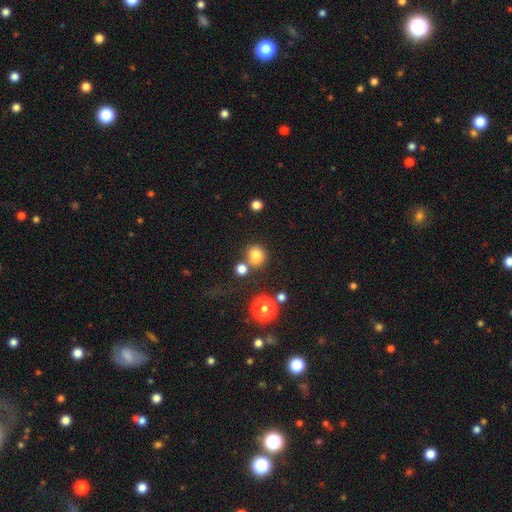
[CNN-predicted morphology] Overall: smooth (78%). How rounded: round (80%). Merging: none (61%; merger 22%).